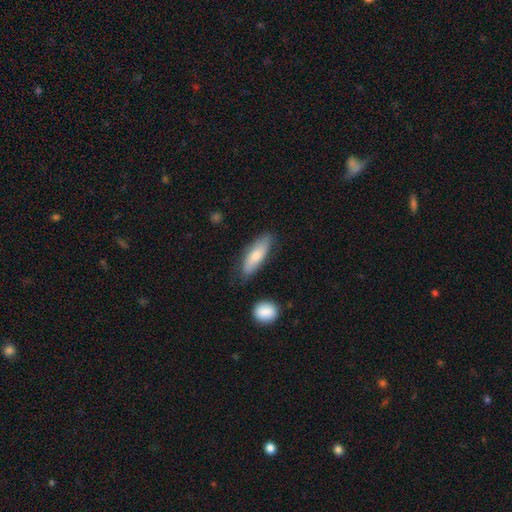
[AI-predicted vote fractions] Smooth or featured? Predicted: smooth (p=0.71). How rounded? Predicted: in between (p=0.53). Merging? Predicted: none (p=0.75).